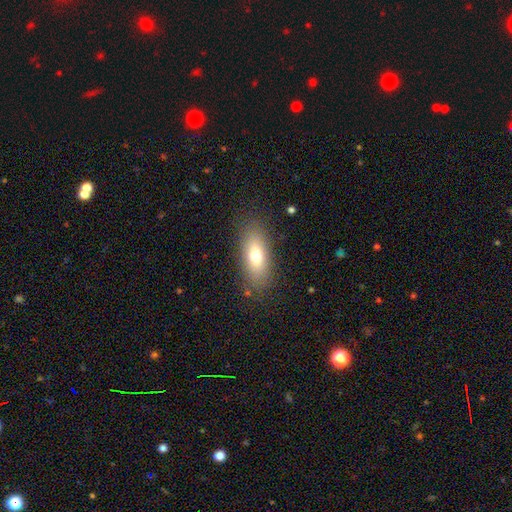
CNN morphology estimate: Smooth or featured: smooth — 72% (featured or disk — 19%)
How rounded: in between — 79% (cigar-shaped — 16%)
Merging: none — 84% (minor disturbance — 11%)